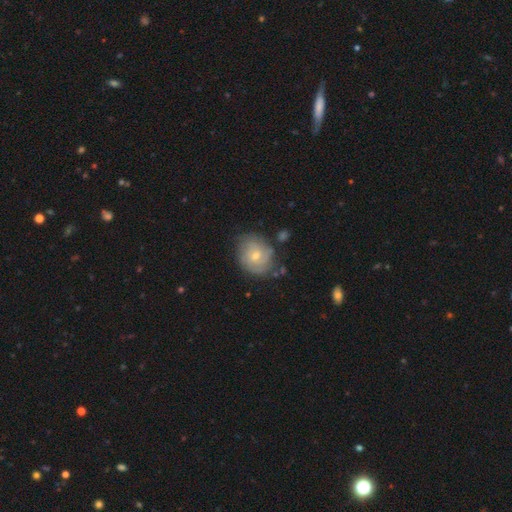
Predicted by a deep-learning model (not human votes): Overall: featured or disk (58%; smooth 36%). Edge-on disk: no (97%). Bar: no (61%; weak 35%). Spiral arms: yes (81%). Bulge size: small (51%; moderate 44%). Merging: none (65%).